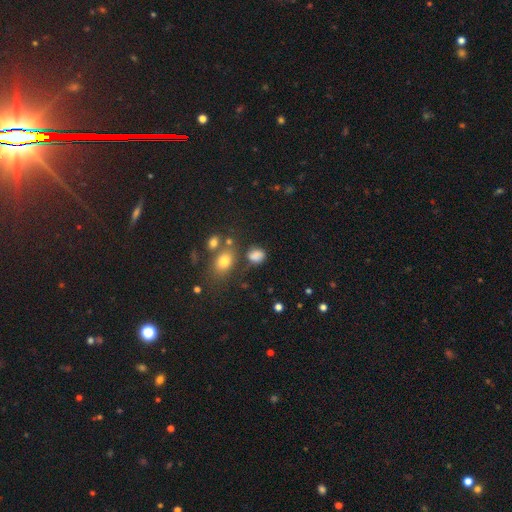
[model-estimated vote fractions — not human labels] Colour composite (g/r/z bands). It shows a smooth galaxy with no disk features (77%) that is in between round and cigar-shaped (56%). Merging: none (58%).